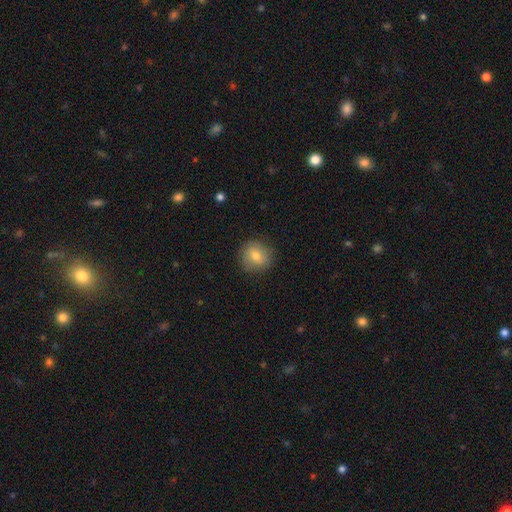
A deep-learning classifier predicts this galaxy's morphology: Q: Smooth or featured?
A: smooth (71%); runner-up: featured or disk (20%)
Q: How rounded?
A: round (89%); runner-up: in between (10%)
Q: Merging?
A: none (85%); runner-up: minor disturbance (11%)